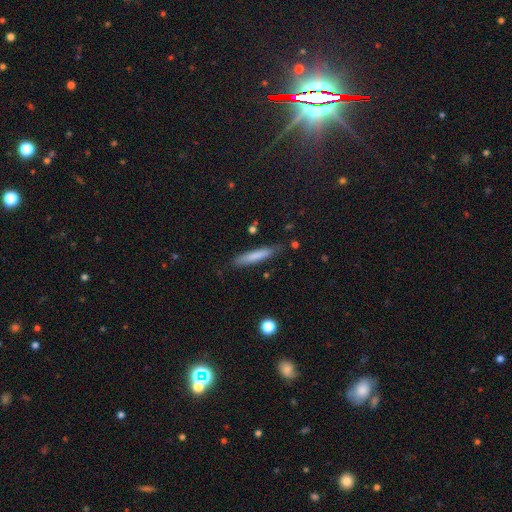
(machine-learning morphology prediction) Q: Smooth or featured?
A: smooth (76%); runner-up: featured or disk (17%)
Q: How rounded?
A: cigar-shaped (90%); runner-up: in between (8%)
Q: Merging?
A: none (82%); runner-up: minor disturbance (13%)